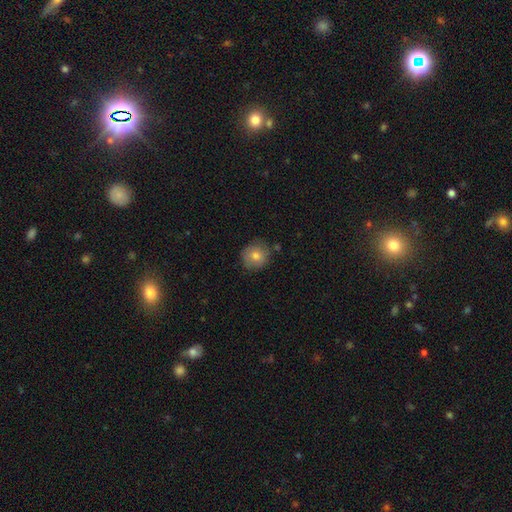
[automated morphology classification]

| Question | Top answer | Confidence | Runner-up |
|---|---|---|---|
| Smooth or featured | smooth | 73% | featured or disk (18%) |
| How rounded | round | 89% | in between (10%) |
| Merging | none | 79% | minor disturbance (15%) |